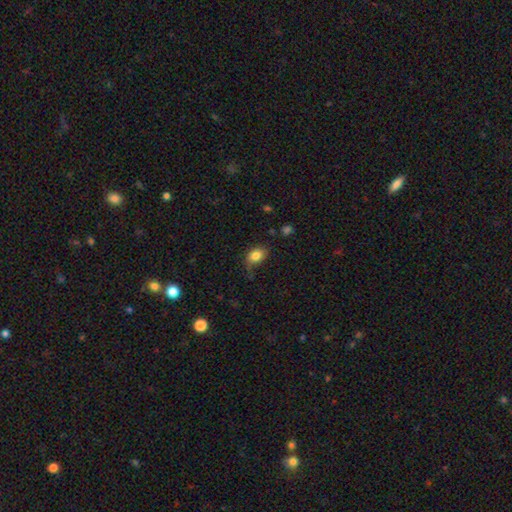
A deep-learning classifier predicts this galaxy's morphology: This is clearly a smooth galaxy (83%). How rounded: likely in between (77%). Merging: likely none (69%).